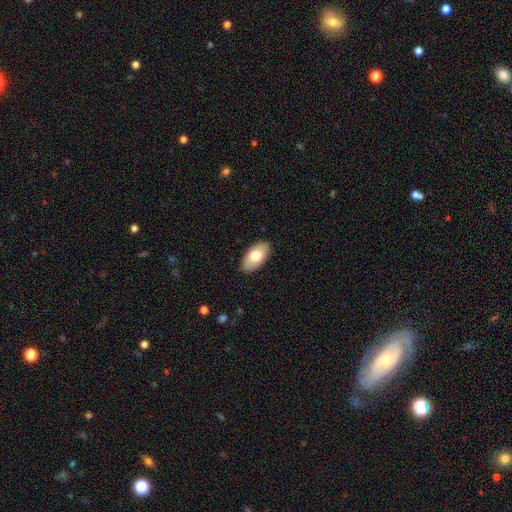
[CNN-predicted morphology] This appears to be a smooth galaxy with no disk features (73%) that is in between round and cigar-shaped (95%). Merging: none (88%).